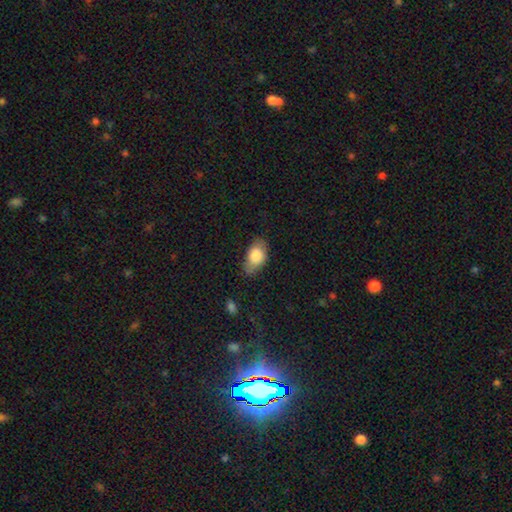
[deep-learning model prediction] Morphology: type=smooth (82%); roundness=in between (90%); merging=none (66%).